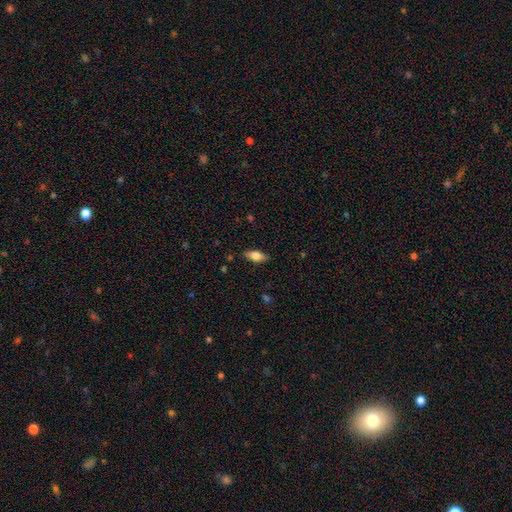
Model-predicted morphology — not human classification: Smooth or featured? smooth (73%)
How rounded? in between (82%)
Merging? none (84%)